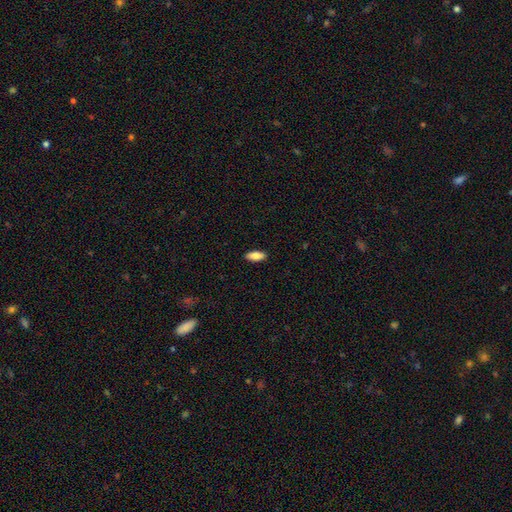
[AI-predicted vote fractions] smooth_or_featured: smooth (p=0.85) [alt: featured or disk p=0.09]
how_rounded: in between (p=0.82) [alt: cigar-shaped p=0.16]
merging: none (p=0.90) [alt: minor disturbance p=0.07]